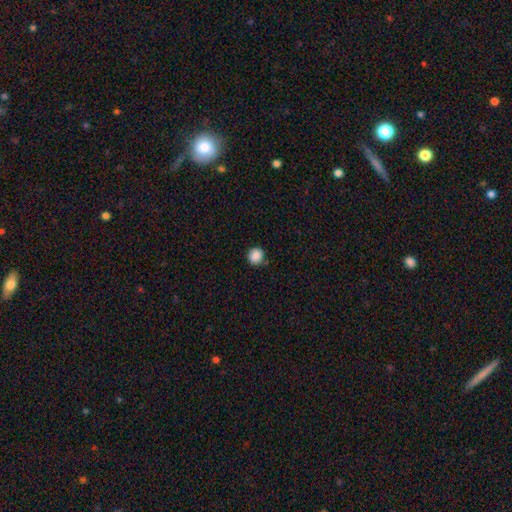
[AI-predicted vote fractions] Smooth or featured? Predicted: smooth (p=0.88). How rounded? Predicted: round (p=0.89). Merging? Predicted: none (p=0.85).